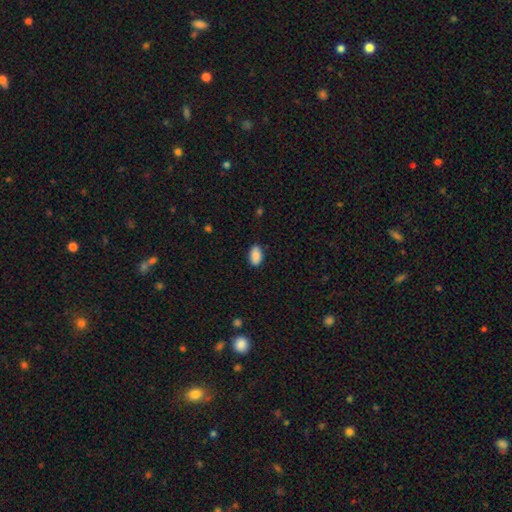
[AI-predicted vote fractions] smooth_or_featured: smooth (p=0.89) [alt: star or artifact p=0.07]
how_rounded: in between (p=0.93) [alt: round p=0.05]
merging: none (p=0.82) [alt: minor disturbance p=0.14]